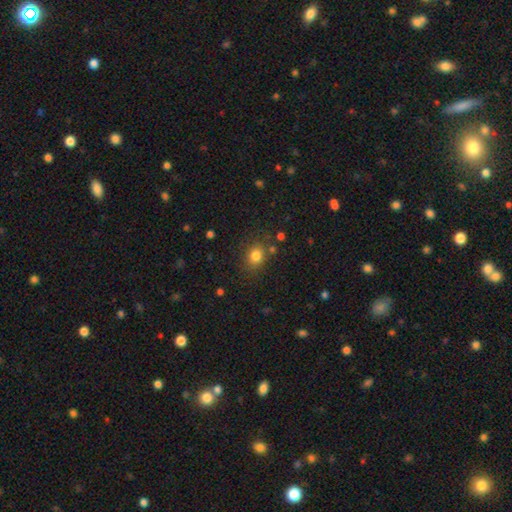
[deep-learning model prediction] A smooth galaxy with no disk features (80%) that is round (58%).

Vote fractions:
- Smooth or featured? smooth: 80% / star or artifact: 13% / featured or disk: 7%
- How rounded? round: 58% / in between: 41% / cigar-shaped: 1%
- Merging? none: 79% / minor disturbance: 12% / merger: 5% / major disturbance: 4%